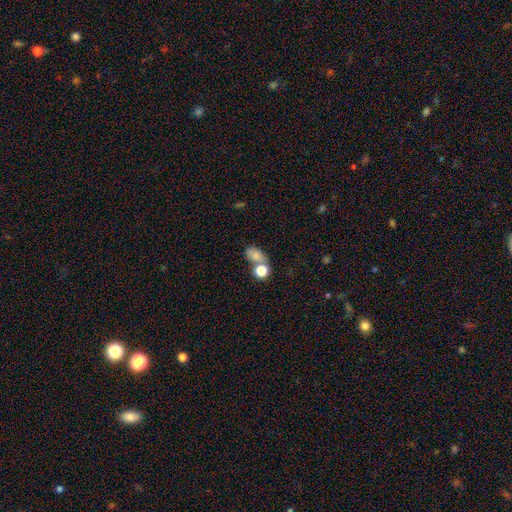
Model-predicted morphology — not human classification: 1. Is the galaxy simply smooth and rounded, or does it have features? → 74% smooth, 13% star or artifact, 13% featured or disk.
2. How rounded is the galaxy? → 68% in between, 30% round, 2% cigar-shaped.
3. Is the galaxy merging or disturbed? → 39% merger, 38% none, 14% minor disturbance, 8% major disturbance.